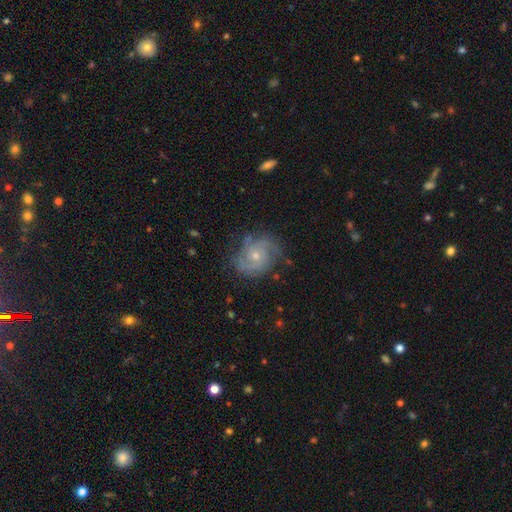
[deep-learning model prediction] smooth_or_featured: featured or disk (p=0.82) [alt: smooth p=0.12]
disk_edge_on: no (p=0.98) [alt: yes p=0.02]
bar: no (p=0.76) [alt: weak p=0.21]
has_spiral_arms: yes (p=0.94) [alt: no p=0.06]
spiral_winding: tight (p=0.50) [alt: medium p=0.38]
spiral_arm_count: 2 (p=0.41) [alt: can't tell p=0.22]
bulge_size: small (p=0.63) [alt: moderate p=0.33]
merging: none (p=0.71) [alt: minor disturbance p=0.20]